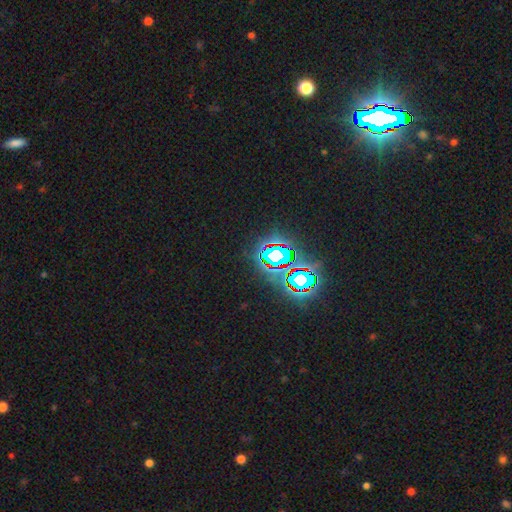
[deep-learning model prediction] Morphology: type=star or artifact (82%).